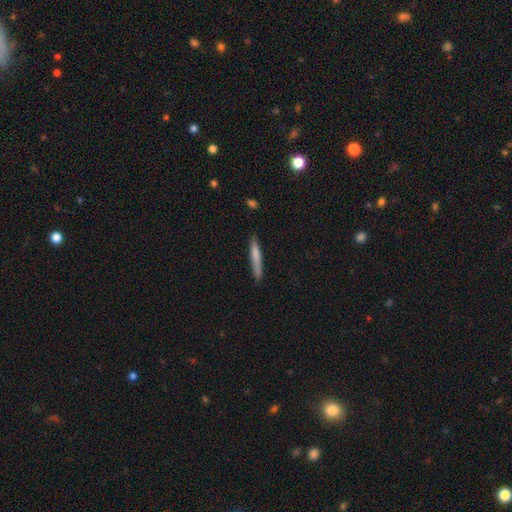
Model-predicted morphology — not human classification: type=smooth (72%); roundness=cigar-shaped (95%); merging=none (80%).